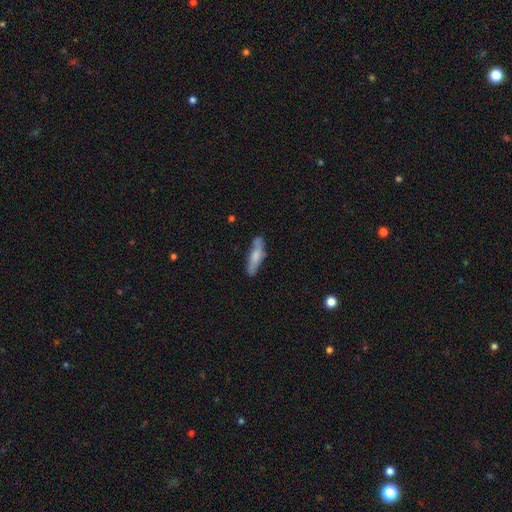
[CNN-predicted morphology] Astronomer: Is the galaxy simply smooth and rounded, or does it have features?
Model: smooth — 60%.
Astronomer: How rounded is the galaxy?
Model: cigar-shaped — 72%.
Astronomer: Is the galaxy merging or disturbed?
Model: none — 75%.